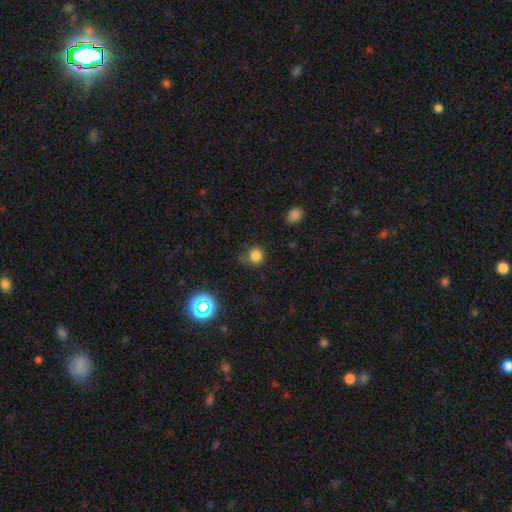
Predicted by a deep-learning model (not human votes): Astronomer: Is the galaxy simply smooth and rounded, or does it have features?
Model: smooth — 80%.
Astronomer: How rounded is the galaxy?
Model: round — 88%.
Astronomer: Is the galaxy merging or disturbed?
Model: none — 64%.